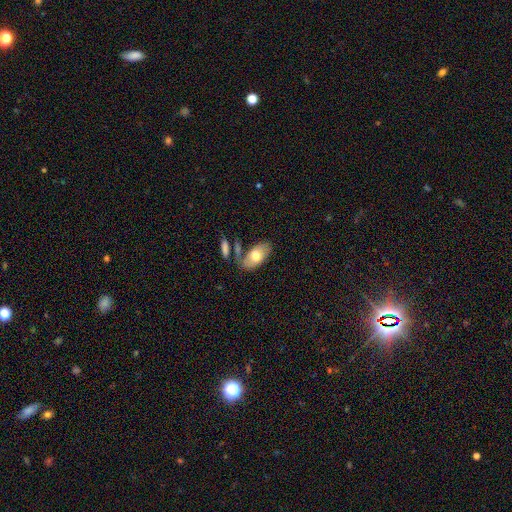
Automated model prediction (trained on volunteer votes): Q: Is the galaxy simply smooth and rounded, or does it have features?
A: smooth — 66%.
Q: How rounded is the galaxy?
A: in between — 93%.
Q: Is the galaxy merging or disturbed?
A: none — 61%.